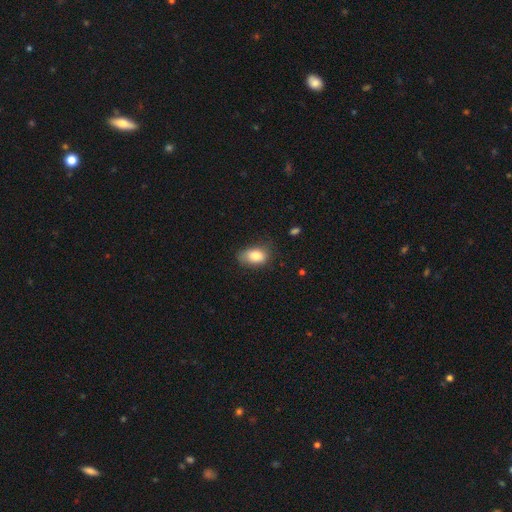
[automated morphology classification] This is clearly a smooth galaxy (83%). How rounded: clearly in between (87%). Merging: likely none (61%).